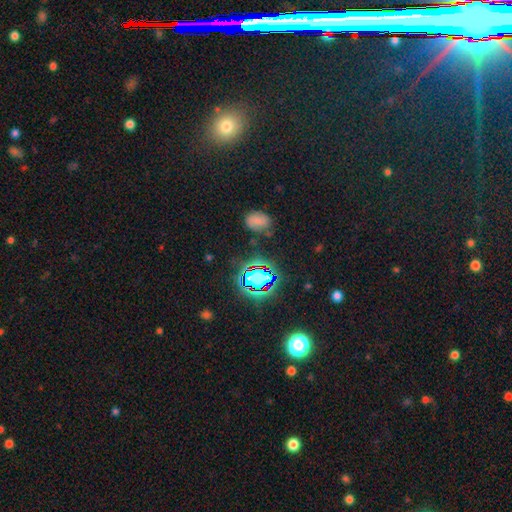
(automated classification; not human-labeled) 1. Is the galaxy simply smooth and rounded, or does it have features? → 75% star or artifact, 15% smooth, 10% featured or disk.